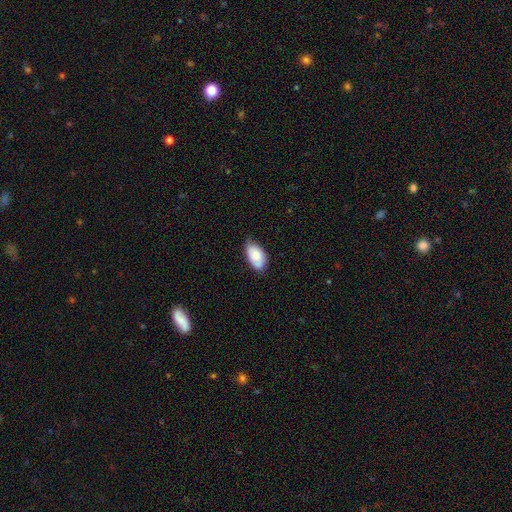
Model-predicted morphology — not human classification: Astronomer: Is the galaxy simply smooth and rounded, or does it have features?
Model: smooth — 77%.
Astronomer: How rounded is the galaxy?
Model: in between — 94%.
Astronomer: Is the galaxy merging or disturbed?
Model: none — 63%.